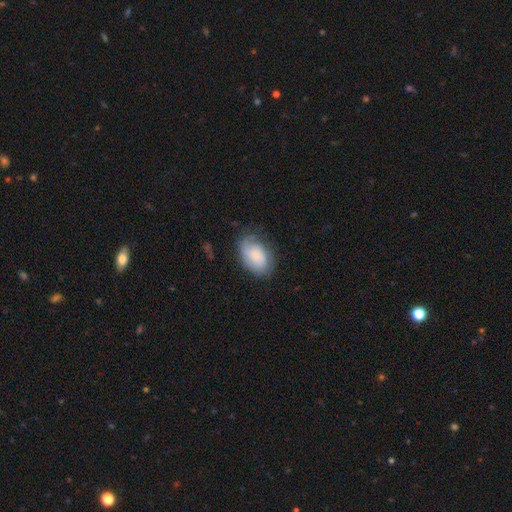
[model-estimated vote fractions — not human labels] Morphology: type=smooth (62%); roundness=in between (88%); merging=none (59%).